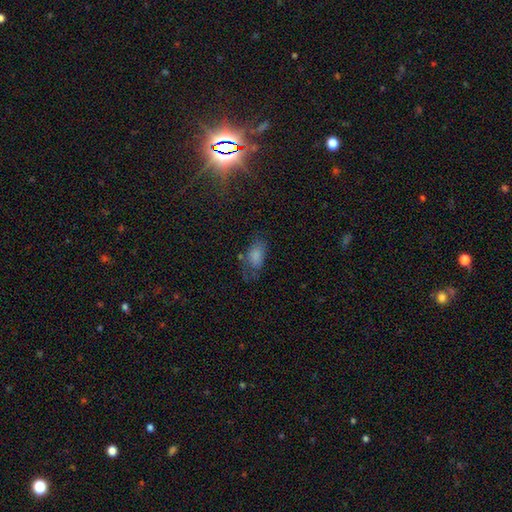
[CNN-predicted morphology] Q: Smooth or featured?
A: smooth (74%); runner-up: star or artifact (13%)
Q: How rounded?
A: in between (90%); runner-up: round (6%)
Q: Merging?
A: none (47%); runner-up: minor disturbance (29%)